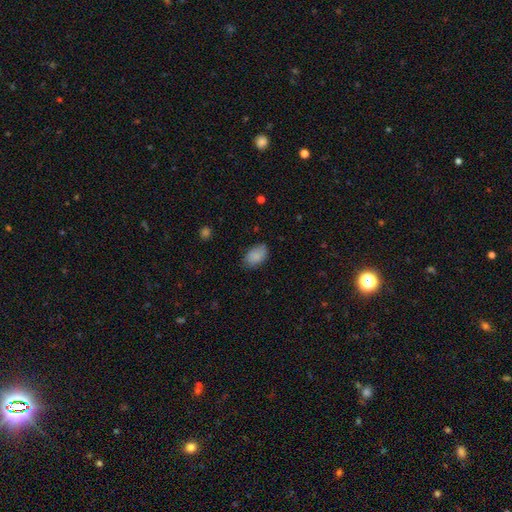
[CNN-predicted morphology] type=smooth (87%); roundness=in between (89%); merging=none (78%).